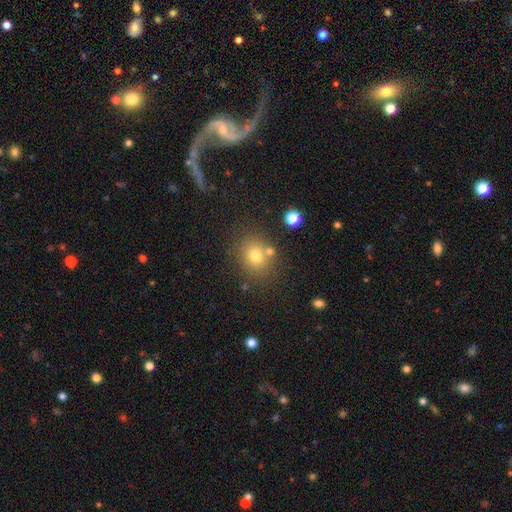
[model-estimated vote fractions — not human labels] smooth-or-featured: smooth: 74% | star or artifact: 15% | featured or disk: 12%
  how-rounded: round: 67% | in between: 32% | cigar-shaped: 1%
  merging: none: 74% | minor disturbance: 11% | merger: 11% | major disturbance: 4%